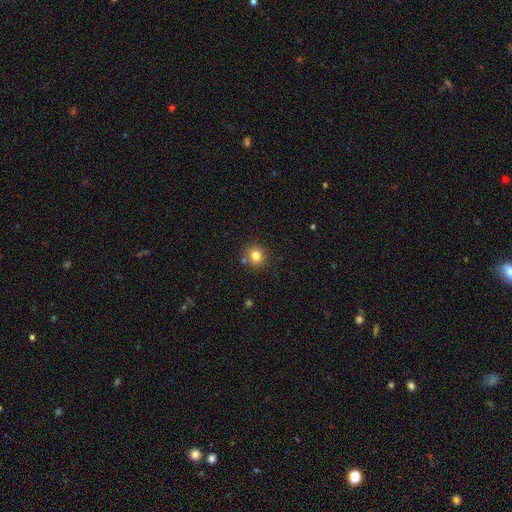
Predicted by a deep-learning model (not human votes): The model was most divided on "smooth or featured": smooth: 81%, star or artifact: 12%, featured or disk: 7%. More confident: how rounded — round (86%); merging — none (81%).